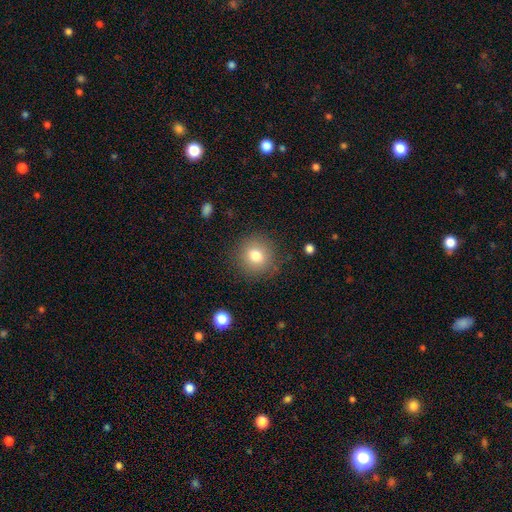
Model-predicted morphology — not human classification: type=smooth (79%); roundness=round (90%); merging=none (86%).